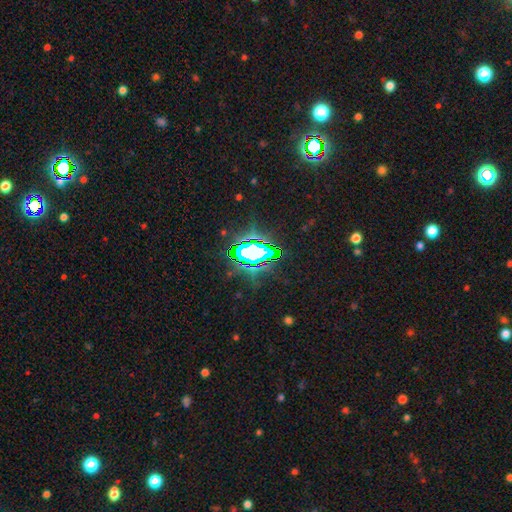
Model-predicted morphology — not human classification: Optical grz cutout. It shows a star or artifact, not a galaxy (75%).